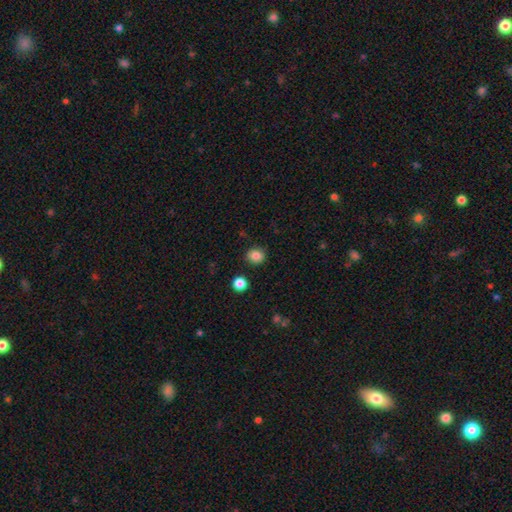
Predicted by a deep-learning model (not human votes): Q: Smooth or featured?
A: smooth (85%); runner-up: star or artifact (10%)
Q: How rounded?
A: round (77%); runner-up: in between (22%)
Q: Merging?
A: none (87%); runner-up: minor disturbance (8%)